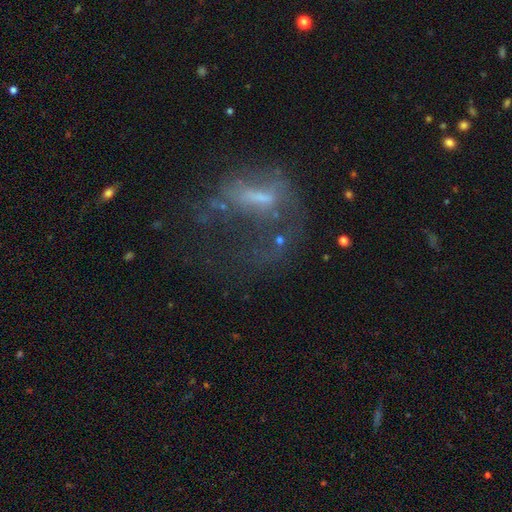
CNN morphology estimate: Smooth or featured?
  - featured or disk: 51% *
  - smooth: 26%
  - star or artifact: 23%
Edge-on disk?
  - no: 91% *
  - yes: 9%
Merging?
  - major disturbance: 50% *
  - none: 29%
  - minor disturbance: 14%
  - merger: 6%